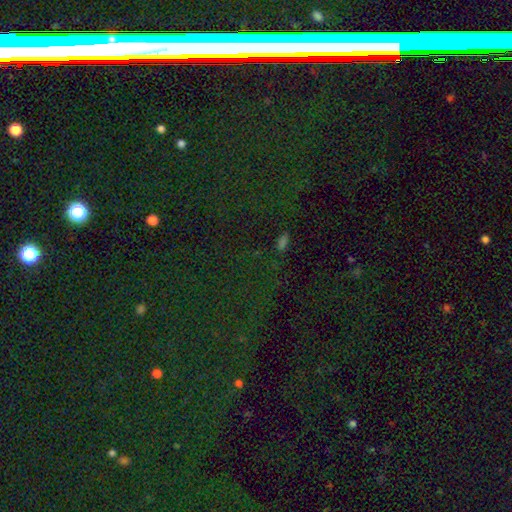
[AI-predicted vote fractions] Smooth or featured: star or artifact — 77% (smooth — 14%)